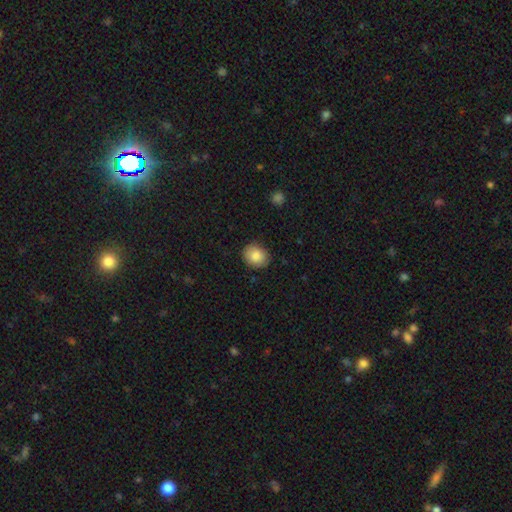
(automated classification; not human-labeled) Smooth or featured? smooth (85%)
How rounded? round (64%)
Merging? none (84%)